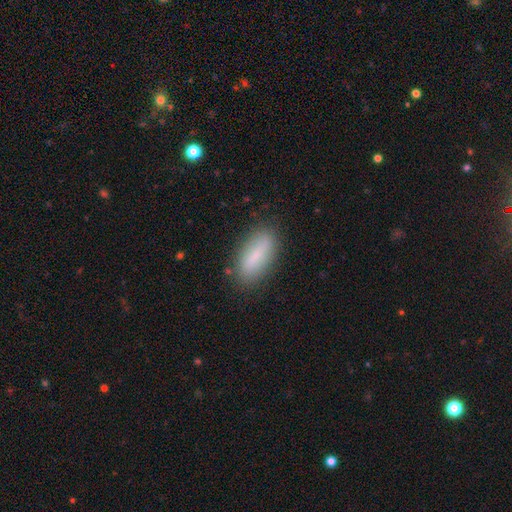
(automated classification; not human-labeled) smooth_or_featured: smooth (p=0.75) [alt: featured or disk p=0.17]
how_rounded: in between (p=0.70) [alt: cigar-shaped p=0.28]
merging: none (p=0.82) [alt: minor disturbance p=0.13]